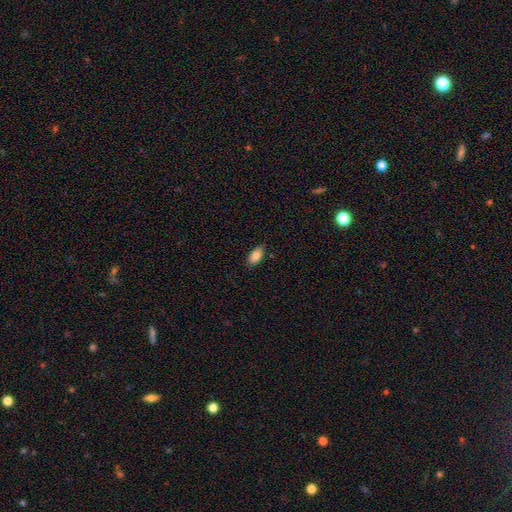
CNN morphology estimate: Smooth or featured? Predicted: smooth (p=0.84). How rounded? Predicted: in between (p=0.93). Merging? Predicted: none (p=0.85).